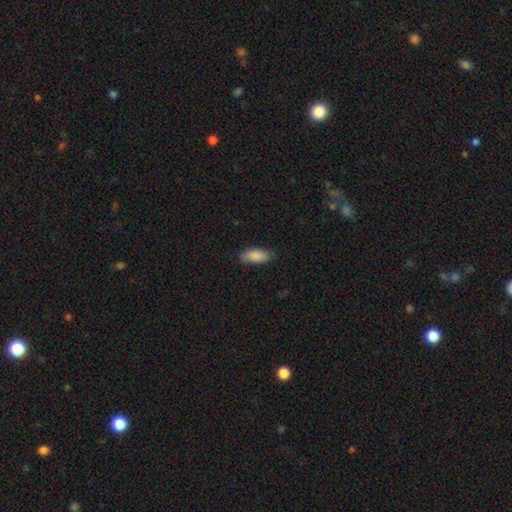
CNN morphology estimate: This is clearly a smooth galaxy (87%). How rounded: clearly in between (86%). Merging: clearly none (80%).